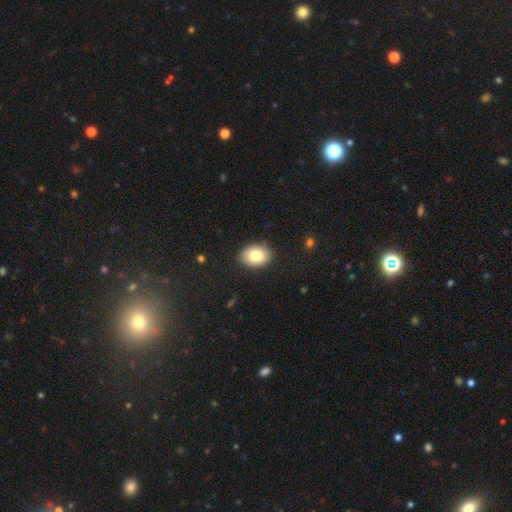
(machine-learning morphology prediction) smooth-or-featured: smooth: 83% | featured or disk: 9% | star or artifact: 8%
  how-rounded: in between: 73% | round: 26% | cigar-shaped: 1%
  merging: none: 86% | minor disturbance: 11% | major disturbance: 2% | merger: 1%